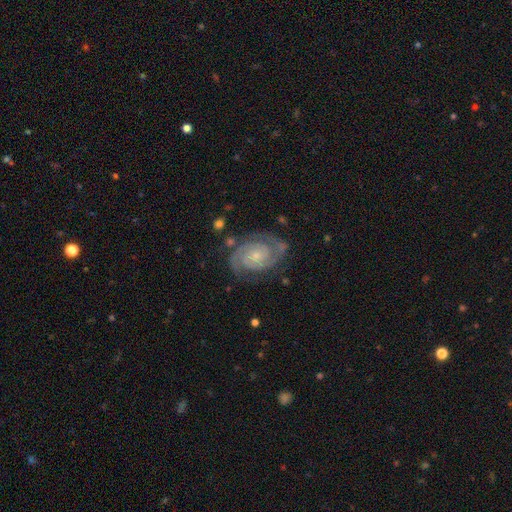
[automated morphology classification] Smooth or featured?
  - featured or disk: 89% *
  - star or artifact: 6%
  - smooth: 5%
Edge-on disk?
  - no: 97% *
  - yes: 3%
Bar?
  - no: 69% *
  - weak: 24%
  - strong: 7%
Spiral arms?
  - yes: 98% *
  - no: 2%
Spiral winding?
  - tight: 68% *
  - medium: 28%
  - loose: 4%
Spiral arm count?
  - 2: 84% *
  - 3: 6%
  - can't tell: 5%
  - 4: 2%
  - 1: 2%
  - more than 4: 2%
Bulge size?
  - small: 67% *
  - moderate: 26%
  - none: 4%
  - large: 2%
  - dominant: 1%
Merging?
  - none: 78% *
  - minor disturbance: 14%
  - major disturbance: 5%
  - merger: 2%